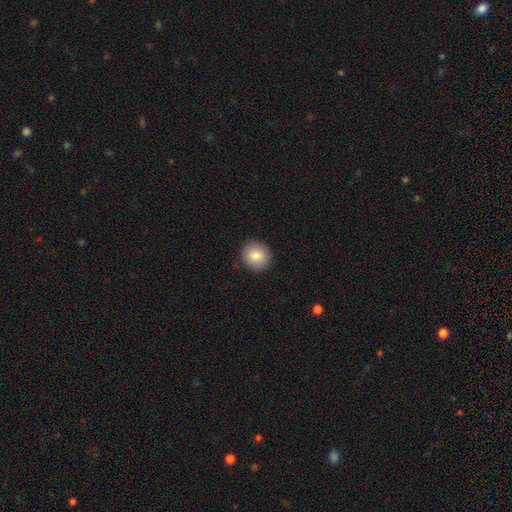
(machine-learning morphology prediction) Overall: smooth (84%). How rounded: round (84%). Merging: none (91%).